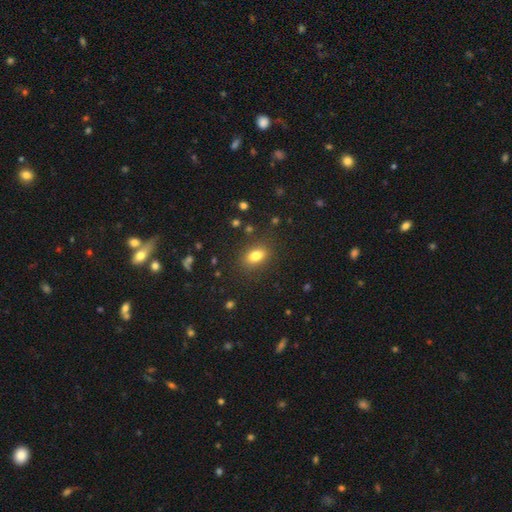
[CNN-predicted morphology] This appears to be a smooth galaxy with no disk features (80%) that is in between round and cigar-shaped (81%). Merging: none (85%).